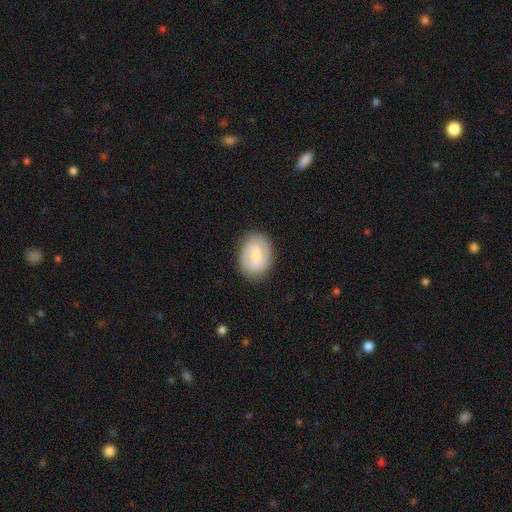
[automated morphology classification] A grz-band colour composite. It shows a featured or disk galaxy (62%) with a weak bar (57%), 2 (81%) medium (44%) spiral arms (84%) and a small central bulge (52%). Merging: none (83%).